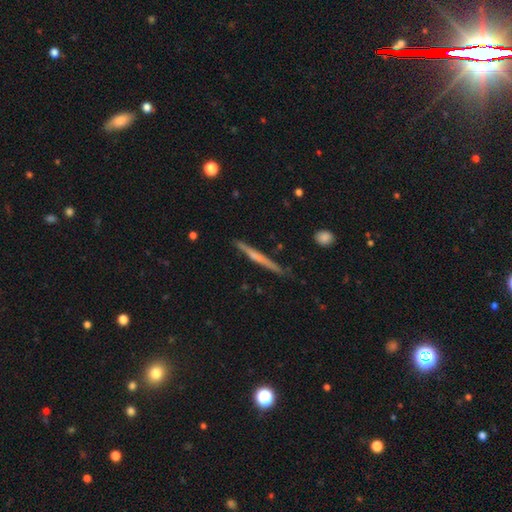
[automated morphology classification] A featured or disk galaxy (59%) viewed edge-on (97%) with no central bulge (61%).

Vote fractions:
- Smooth or featured? featured or disk: 59% / smooth: 33% / star or artifact: 8%
- Edge-on disk? yes: 97% / no: 3%
- Edge-on bulge? none: 61% / rounded: 31% / boxy: 8%
- Merging? none: 86% / minor disturbance: 10% / major disturbance: 2% / merger: 2%